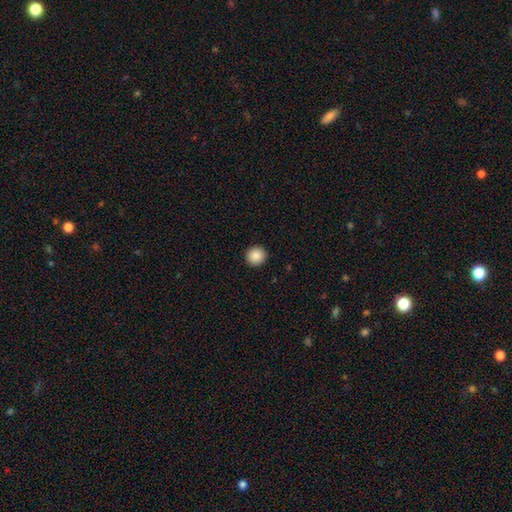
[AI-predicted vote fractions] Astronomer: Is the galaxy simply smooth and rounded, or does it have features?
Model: smooth — 88%.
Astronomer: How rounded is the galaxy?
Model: round — 94%.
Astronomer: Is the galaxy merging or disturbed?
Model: none — 93%.